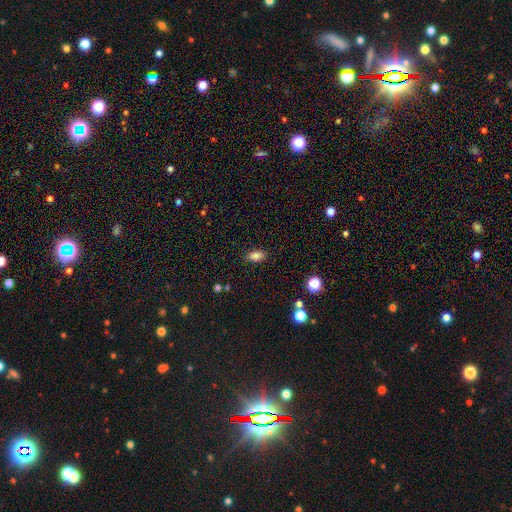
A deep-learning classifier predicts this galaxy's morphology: Overall: smooth (83%). How rounded: in between (87%). Merging: none (87%).